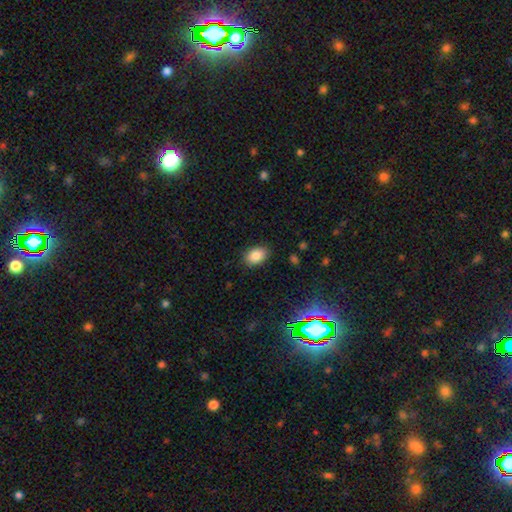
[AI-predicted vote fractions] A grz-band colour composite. It shows a smooth galaxy with no disk features (85%) that is in between round and cigar-shaped (86%). Merging: none (86%).